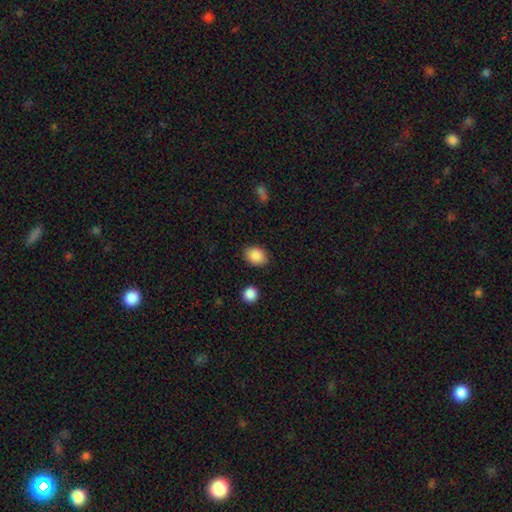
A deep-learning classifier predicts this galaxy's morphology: smooth-or-featured: smooth: 88% | star or artifact: 8% | featured or disk: 4%
  how-rounded: in between: 69% | round: 30% | cigar-shaped: 1%
  merging: none: 85% | minor disturbance: 10% | major disturbance: 3% | merger: 2%